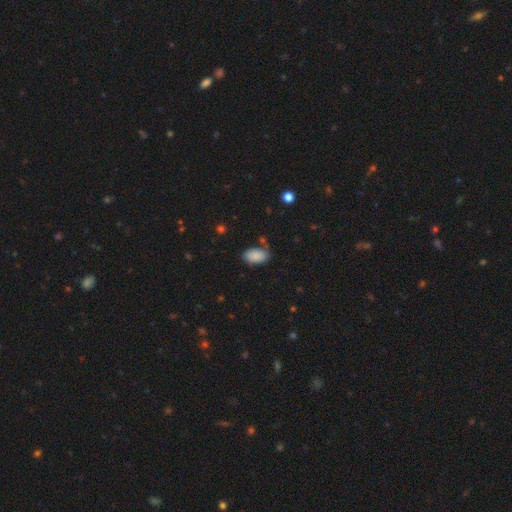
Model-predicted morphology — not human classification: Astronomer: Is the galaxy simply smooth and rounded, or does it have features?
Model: smooth — 88%.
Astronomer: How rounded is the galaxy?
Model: in between — 94%.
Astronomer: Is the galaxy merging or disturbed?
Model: none — 73%.